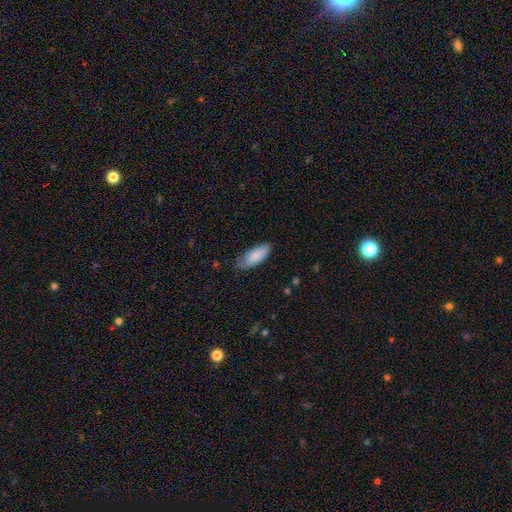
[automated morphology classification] Smooth or featured? smooth (86%)
How rounded? in between (78%)
Merging? none (68%)